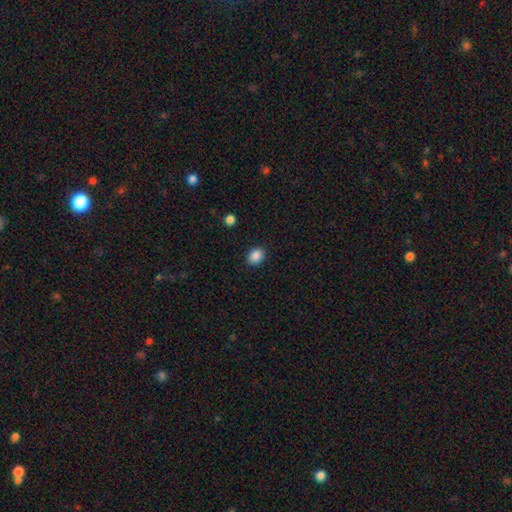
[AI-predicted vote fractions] A smooth galaxy with no disk features (87%) that is in between round and cigar-shaped (52%).

Vote fractions:
- Smooth or featured? smooth: 87% / star or artifact: 9% / featured or disk: 4%
- How rounded? in between: 52% / round: 47% / cigar-shaped: 1%
- Merging? none: 90% / minor disturbance: 7% / major disturbance: 2% / merger: 1%